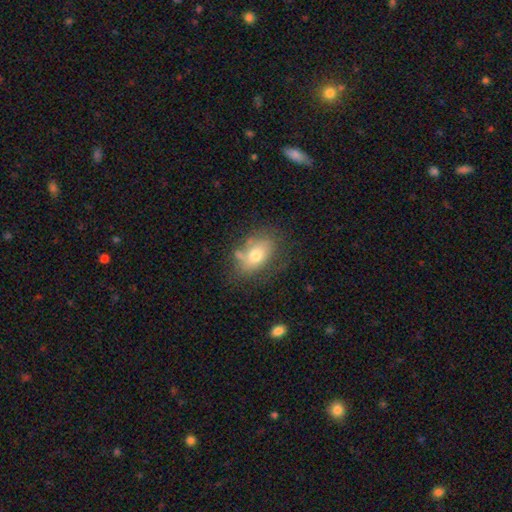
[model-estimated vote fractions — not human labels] This is likely a smooth galaxy (67%). How rounded: clearly in between (85%). Merging: possibly none (58%).